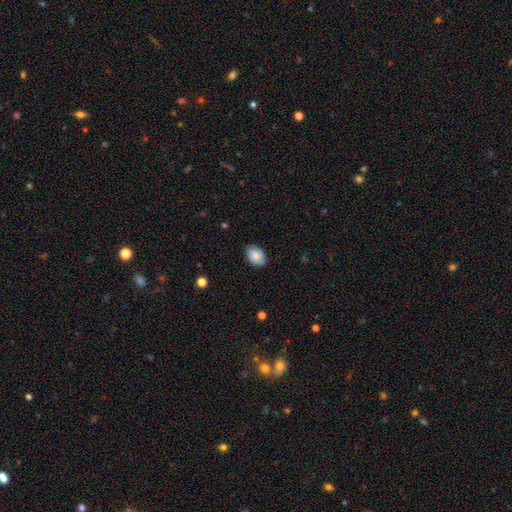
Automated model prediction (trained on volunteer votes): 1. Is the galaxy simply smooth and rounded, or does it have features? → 79% smooth, 14% featured or disk, 8% star or artifact.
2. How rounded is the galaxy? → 81% in between, 17% round, 1% cigar-shaped.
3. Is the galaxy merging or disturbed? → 83% none, 13% minor disturbance, 3% major disturbance, 1% merger.